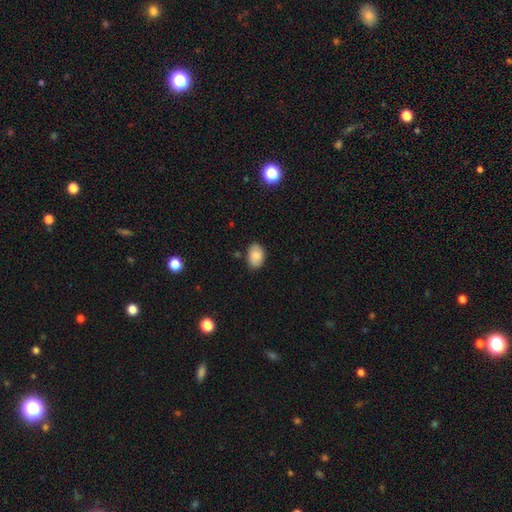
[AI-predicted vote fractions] A smooth galaxy with no disk features (85%) that is in between round and cigar-shaped (85%).

Vote fractions:
- Smooth or featured? smooth: 85% / featured or disk: 8% / star or artifact: 8%
- How rounded? in between: 85% / round: 14% / cigar-shaped: 1%
- Merging? none: 80% / minor disturbance: 15% / major disturbance: 3% / merger: 2%